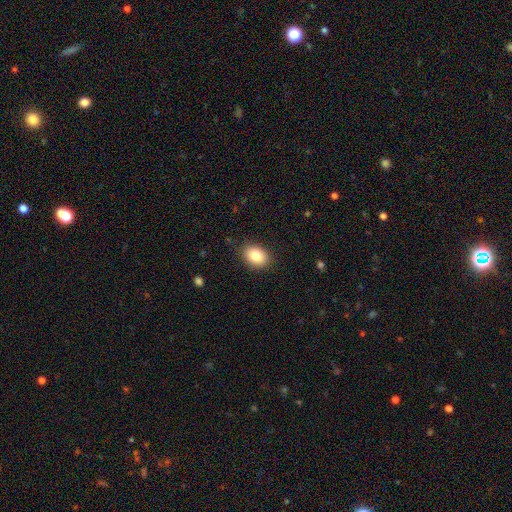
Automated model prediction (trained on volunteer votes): A smooth galaxy with no disk features (85%) that is in between round and cigar-shaped (75%). Merging: none (87%).